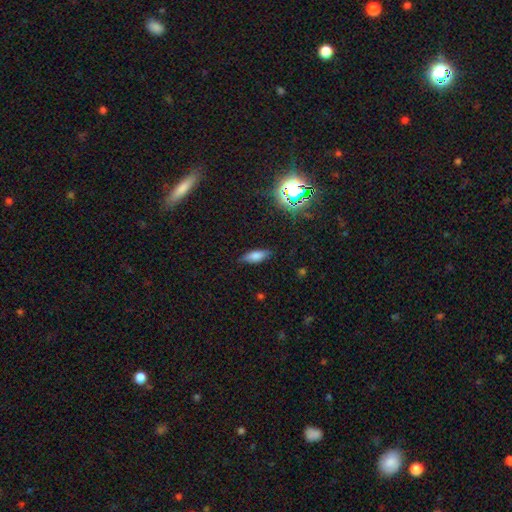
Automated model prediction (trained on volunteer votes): A smooth galaxy with no disk features (73%) that is in between round and cigar-shaped (70%).

Vote fractions:
- Smooth or featured? smooth: 73% / featured or disk: 15% / star or artifact: 12%
- How rounded? in between: 70% / cigar-shaped: 27% / round: 3%
- Merging? none: 81% / minor disturbance: 15% / major disturbance: 3% / merger: 1%